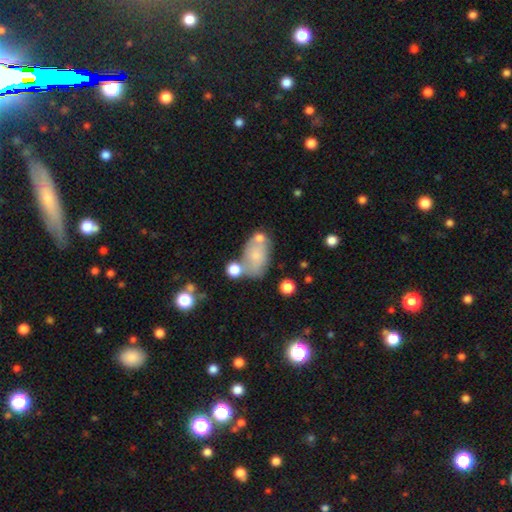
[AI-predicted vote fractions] Overall: smooth (59%; featured or disk 32%). How rounded: in between (88%). Merging: none (43%; merger 23%).